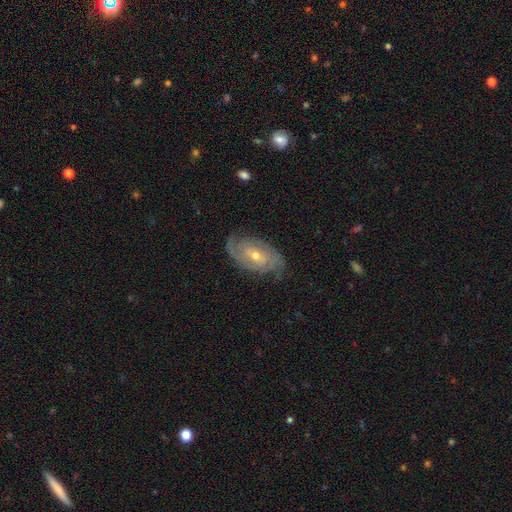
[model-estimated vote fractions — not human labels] Overall: featured or disk (83%). Edge-on disk: no (94%). Bar: no (61%; weak 31%). Spiral arms: yes (94%). Spiral arm count: 2 (50%; can't tell 23%). Spiral winding: tight (57%; medium 32%). Bulge size: moderate (49%; small 48%). Merging: none (77%).